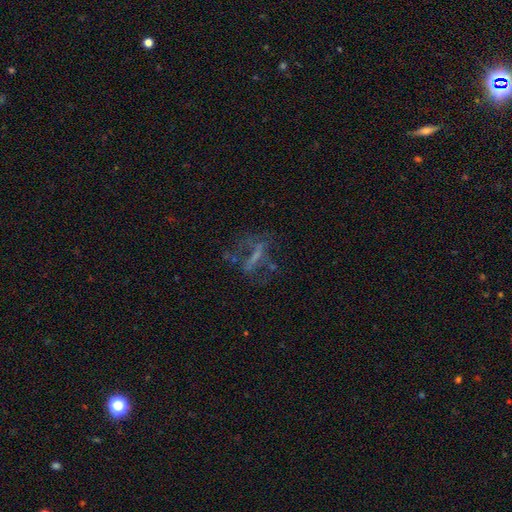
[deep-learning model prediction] smooth_or_featured: featured or disk (p=0.53) [alt: smooth p=0.25]
disk_edge_on: no (p=0.80) [alt: yes p=0.20]
merging: none (p=0.45) [alt: major disturbance p=0.33]